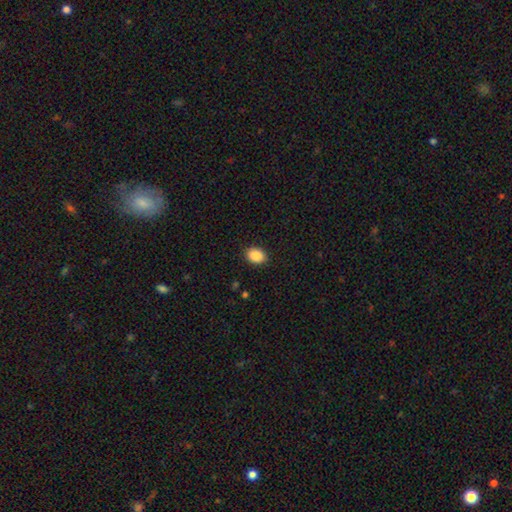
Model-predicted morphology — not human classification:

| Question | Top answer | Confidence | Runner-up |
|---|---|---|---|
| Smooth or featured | smooth | 89% | star or artifact (8%) |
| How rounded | in between | 64% | round (35%) |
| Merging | none | 89% | minor disturbance (8%) |